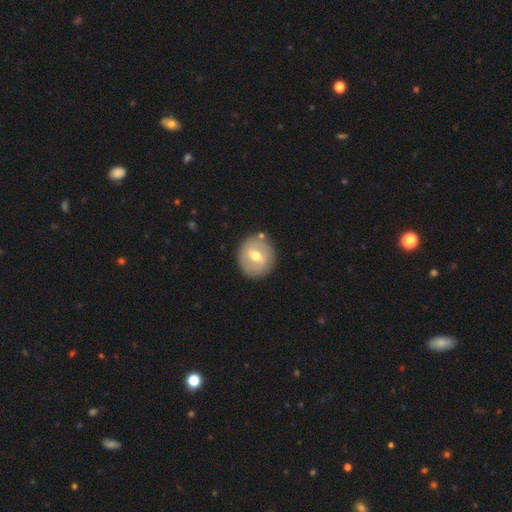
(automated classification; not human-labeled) This is possibly a featured or disk galaxy (48%). Merging: clearly none (83%).